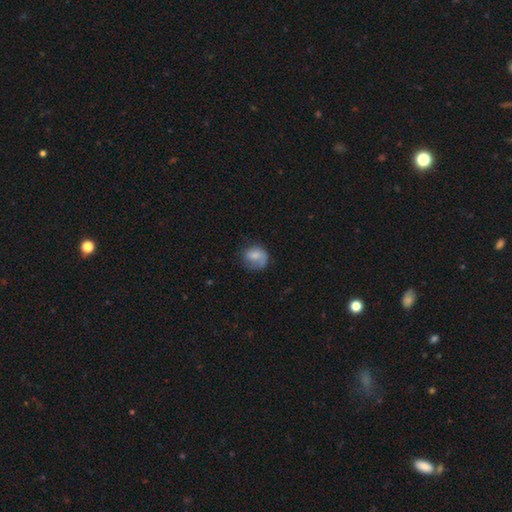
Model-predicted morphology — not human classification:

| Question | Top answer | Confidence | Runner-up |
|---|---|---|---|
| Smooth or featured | smooth | 67% | featured or disk (24%) |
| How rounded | round | 64% | in between (35%) |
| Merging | none | 51% | minor disturbance (26%) |